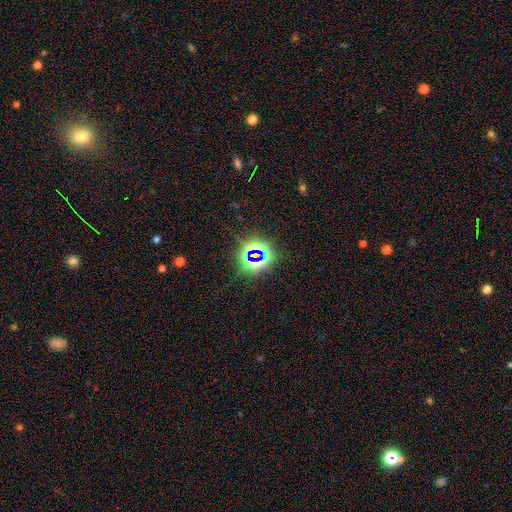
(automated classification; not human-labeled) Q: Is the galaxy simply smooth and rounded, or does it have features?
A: star or artifact — 77%.